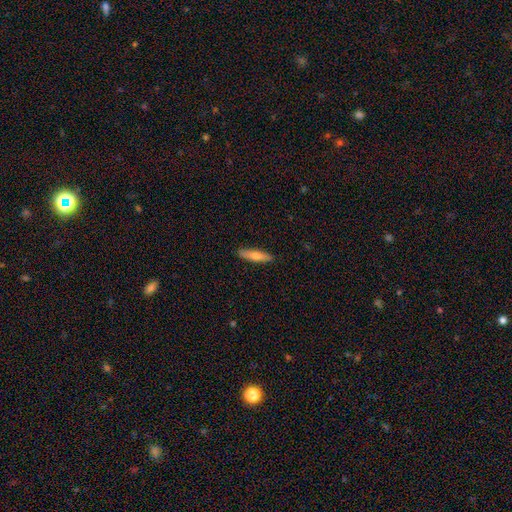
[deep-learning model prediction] Overall: smooth (65%; featured or disk 29%). How rounded: cigar-shaped (81%). Merging: none (90%).